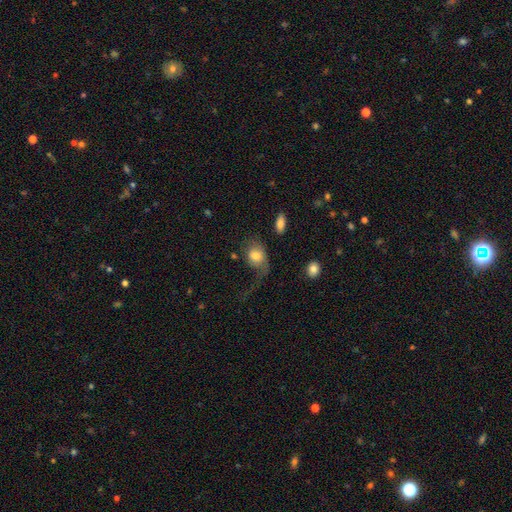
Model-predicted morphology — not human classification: Smooth or featured: smooth — 65% (featured or disk — 27%)
How rounded: in between — 57% (round — 41%)
Merging: major disturbance — 58% (none — 22%)